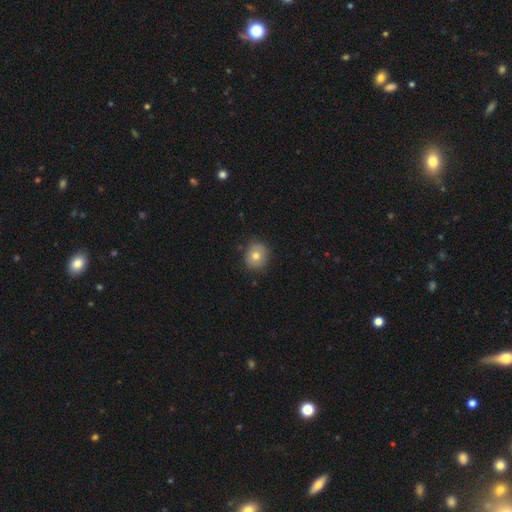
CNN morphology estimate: This is likely a smooth galaxy (74%). How rounded: likely round (78%). Merging: clearly none (81%).